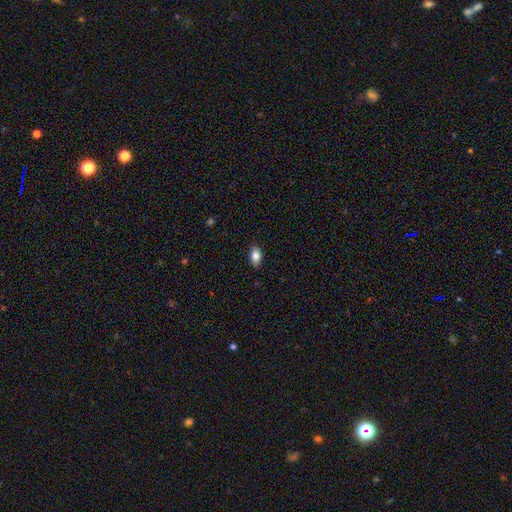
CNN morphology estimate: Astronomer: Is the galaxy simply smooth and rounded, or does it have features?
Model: smooth — 84%.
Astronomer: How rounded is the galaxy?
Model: in between — 88%.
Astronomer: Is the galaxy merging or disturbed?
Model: none — 87%.